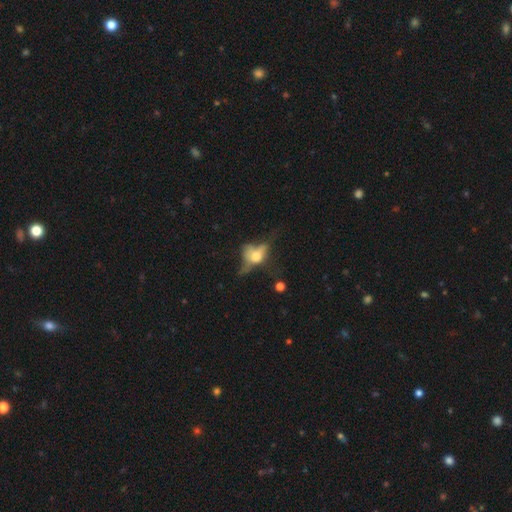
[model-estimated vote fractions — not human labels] Smooth or featured? featured or disk (45%)
Merging? none (36%)